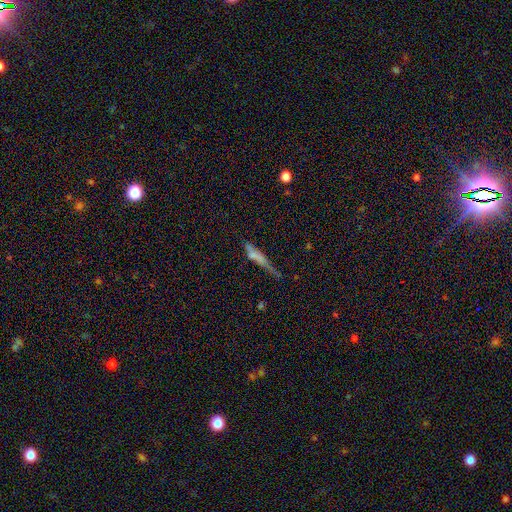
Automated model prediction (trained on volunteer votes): smooth_or_featured: smooth (p=0.54) [alt: featured or disk p=0.33]
how_rounded: cigar-shaped (p=0.81) [alt: in between p=0.16]
merging: none (p=0.43) [alt: minor disturbance p=0.30]